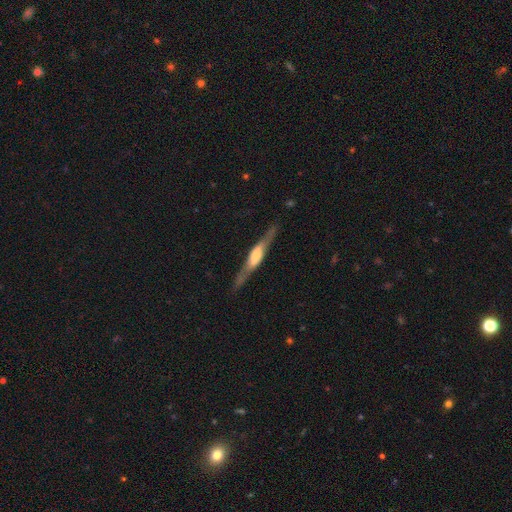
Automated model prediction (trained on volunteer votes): Smooth or featured? Predicted: featured or disk (p=0.69). Edge-on disk? Predicted: yes (p=0.92). Edge-on bulge? Predicted: rounded (p=0.51). Merging? Predicted: none (p=0.82).